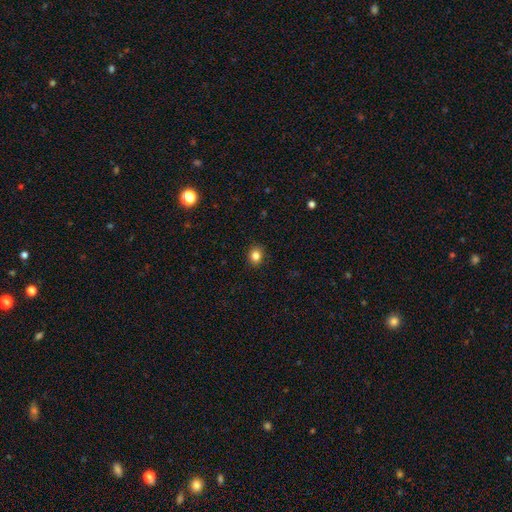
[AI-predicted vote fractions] Smooth or featured? Predicted: smooth (p=0.83). How rounded? Predicted: round (p=0.64). Merging? Predicted: none (p=0.90).